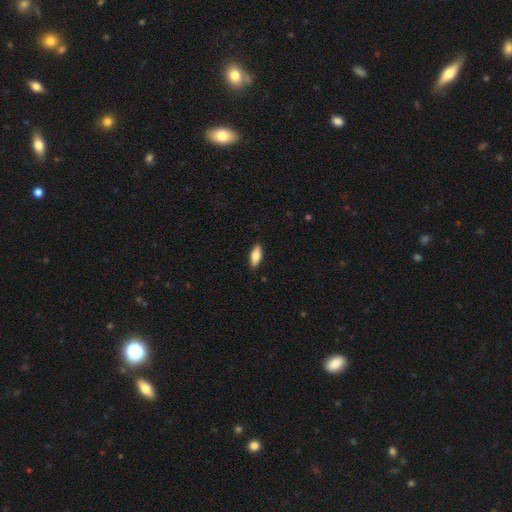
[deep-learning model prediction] Smooth or featured? Predicted: smooth (p=0.78). How rounded? Predicted: in between (p=0.76). Merging? Predicted: none (p=0.89).